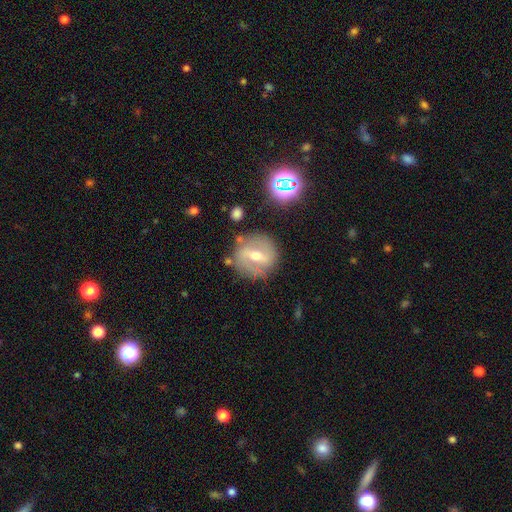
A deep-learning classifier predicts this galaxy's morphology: A featured or disk galaxy (63%) with a strong bar (45%), spiral arms (58%) and a moderate central bulge (68%). Merging: none (78%).